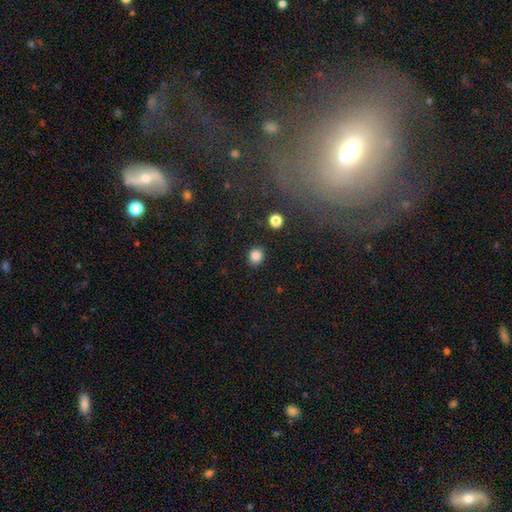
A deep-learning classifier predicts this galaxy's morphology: type=smooth (85%); roundness=round (75%); merging=none (88%).